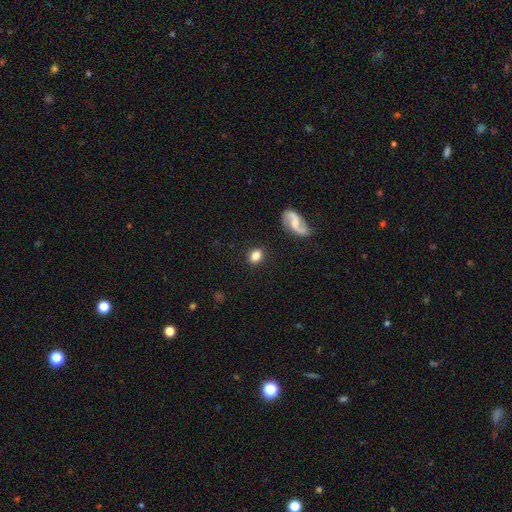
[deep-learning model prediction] A smooth galaxy with no disk features (77%) that is in between round and cigar-shaped (59%).

Vote fractions:
- Smooth or featured? smooth: 77% / featured or disk: 15% / star or artifact: 9%
- How rounded? in between: 59% / round: 39% / cigar-shaped: 2%
- Merging? none: 84% / minor disturbance: 11% / major disturbance: 3% / merger: 3%